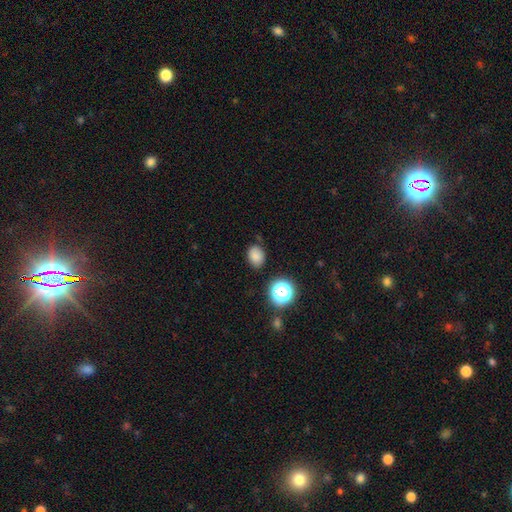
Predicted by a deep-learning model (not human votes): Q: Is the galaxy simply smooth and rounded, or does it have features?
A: smooth — 80%.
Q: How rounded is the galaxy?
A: in between — 56%.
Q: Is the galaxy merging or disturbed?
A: none — 80%.